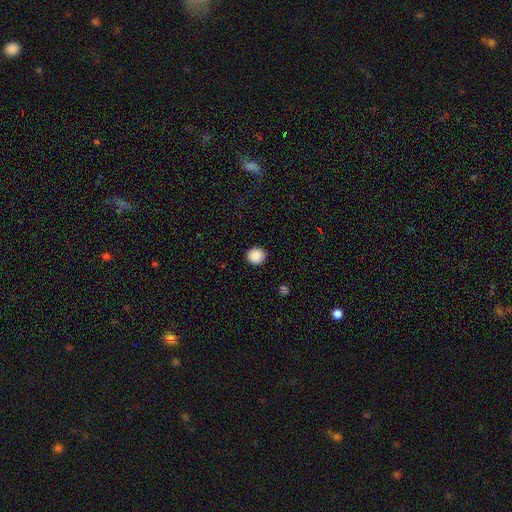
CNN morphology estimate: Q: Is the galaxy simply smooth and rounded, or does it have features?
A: smooth — 89%.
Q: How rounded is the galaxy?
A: round — 92%.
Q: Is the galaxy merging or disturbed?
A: none — 93%.